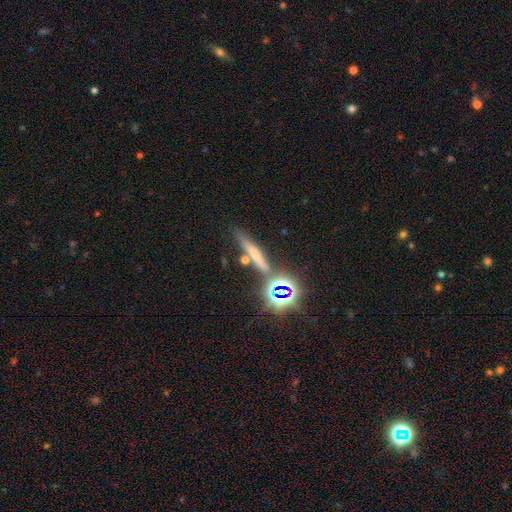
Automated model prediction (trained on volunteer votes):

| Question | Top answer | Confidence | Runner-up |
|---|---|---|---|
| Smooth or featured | smooth | 48% | star or artifact (28%) |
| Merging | none | 72% | merger (12%) |